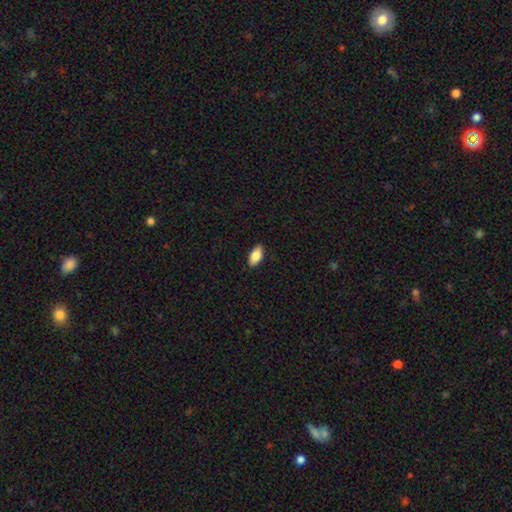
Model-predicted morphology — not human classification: The model was most divided on "smooth or featured": smooth: 85%, featured or disk: 9%, star or artifact: 7%. More confident: how rounded — in between (93%); merging — none (89%).